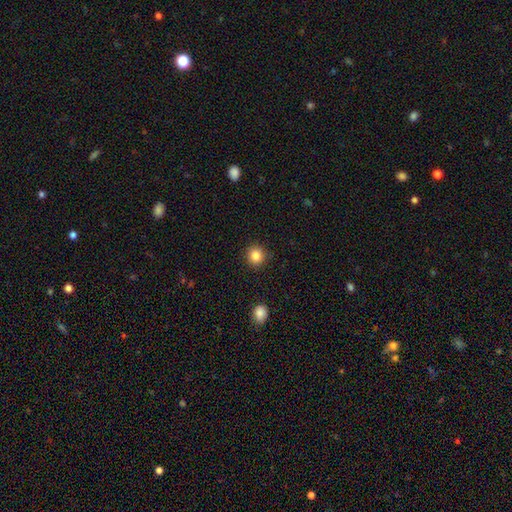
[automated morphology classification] This appears to be a smooth galaxy with no disk features (85%) that is round (92%). Merging: none (91%).